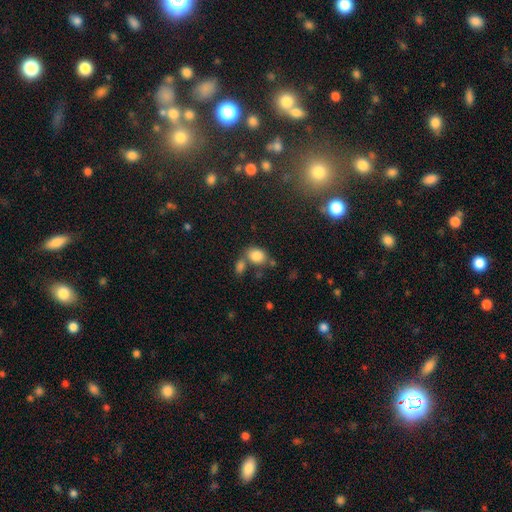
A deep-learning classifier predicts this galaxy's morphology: A smooth galaxy with no disk features (83%) that is in between round and cigar-shaped (69%). Merging: none (53%).